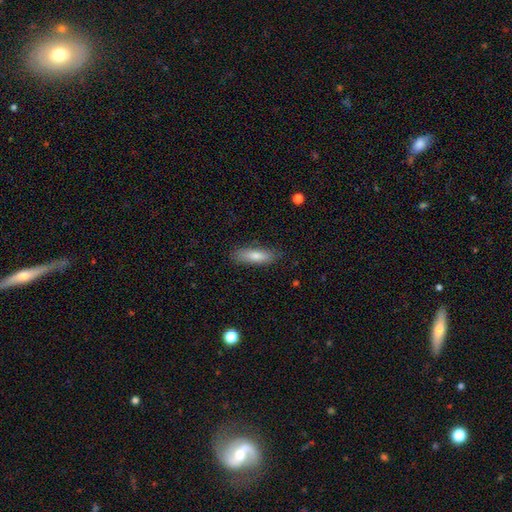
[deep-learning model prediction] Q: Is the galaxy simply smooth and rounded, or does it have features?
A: smooth — 75%.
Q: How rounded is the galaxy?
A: cigar-shaped — 61%.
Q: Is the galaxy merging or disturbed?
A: none — 85%.